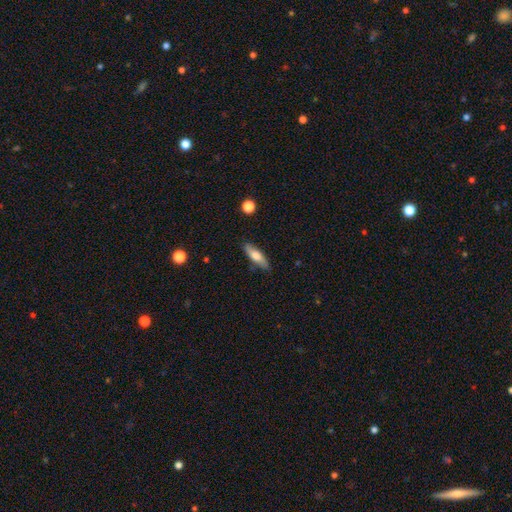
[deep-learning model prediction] smooth-or-featured: smooth: 65% | featured or disk: 29% | star or artifact: 6%
  how-rounded: cigar-shaped: 57% | in between: 41% | round: 2%
  merging: none: 83% | minor disturbance: 13% | major disturbance: 2% | merger: 2%